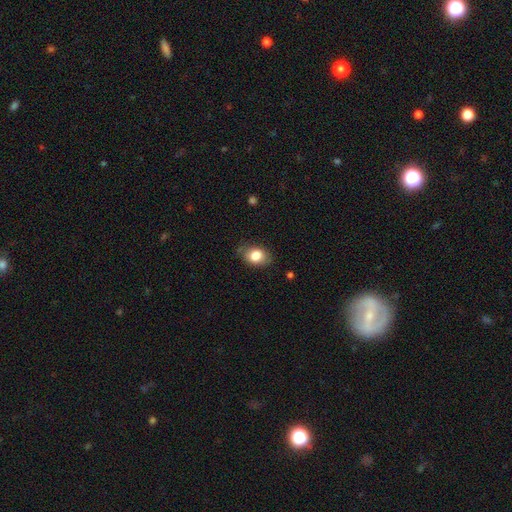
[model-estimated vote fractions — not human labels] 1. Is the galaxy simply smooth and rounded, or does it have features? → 81% smooth, 11% featured or disk, 8% star or artifact.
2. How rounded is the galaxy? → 74% in between, 25% round, 1% cigar-shaped.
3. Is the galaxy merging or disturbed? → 77% none, 18% minor disturbance, 4% major disturbance, 1% merger.